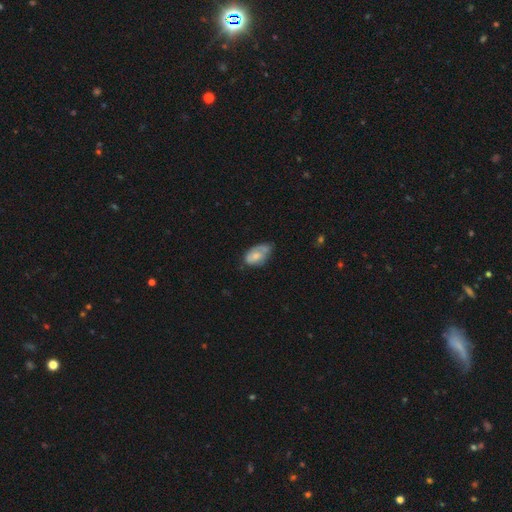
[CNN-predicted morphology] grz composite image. It shows a smooth galaxy with no disk features (58%) that is in between round and cigar-shaped (91%). Merging: minor disturbance (41%).